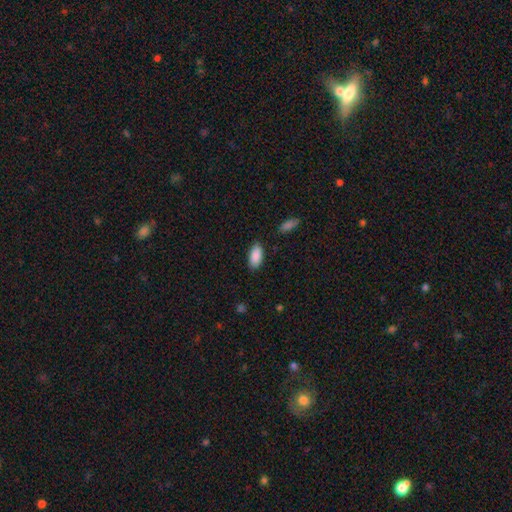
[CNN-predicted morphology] type=smooth (89%); roundness=in between (91%); merging=none (85%).